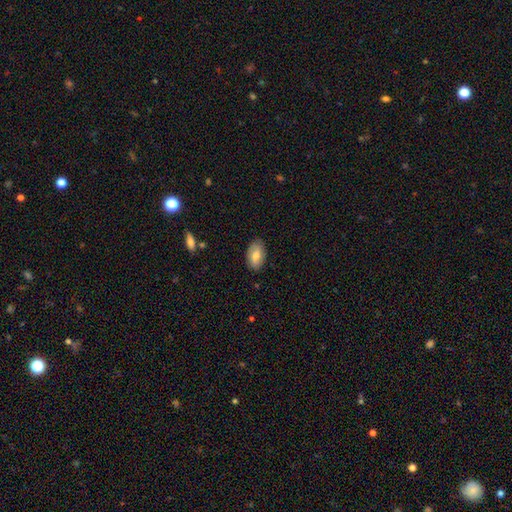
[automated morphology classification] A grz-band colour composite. It shows a smooth galaxy with no disk features (73%) that is in between round and cigar-shaped (93%). Merging: none (82%).